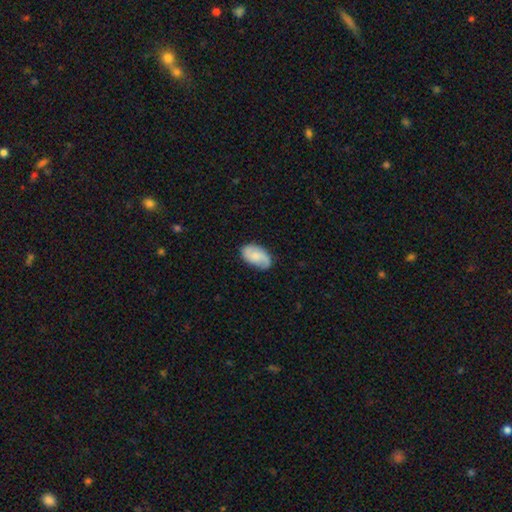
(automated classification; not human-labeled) smooth_or_featured: smooth (p=0.50) [alt: featured or disk p=0.43]
merging: none (p=0.74) [alt: minor disturbance p=0.20]